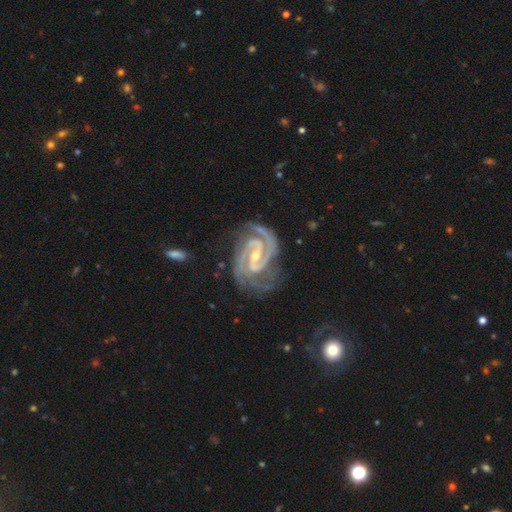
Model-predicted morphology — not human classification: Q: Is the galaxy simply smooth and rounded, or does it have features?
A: featured or disk — 94%.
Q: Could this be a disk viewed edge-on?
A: no — 98%.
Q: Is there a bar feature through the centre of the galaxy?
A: weak — 45%.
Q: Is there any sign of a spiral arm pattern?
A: yes — 99%.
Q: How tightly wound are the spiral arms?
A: tight — 56%.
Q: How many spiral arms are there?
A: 2 — 72%.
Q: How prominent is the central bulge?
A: small — 62%.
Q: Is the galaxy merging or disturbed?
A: none — 70%.